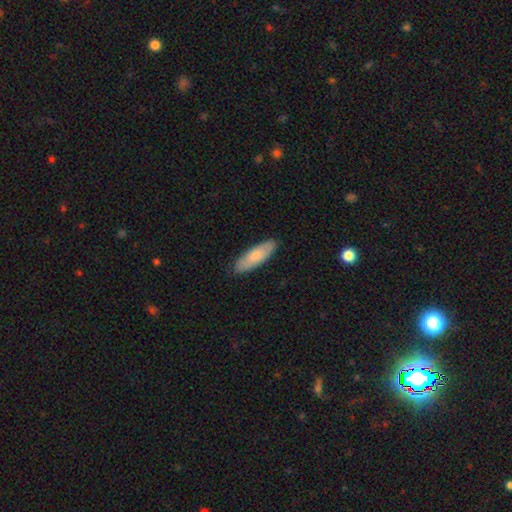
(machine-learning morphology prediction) smooth 77%, featured or disk 18%, star or artifact 5%. Down the decision tree: how rounded — in between (57%); merging — none (87%).